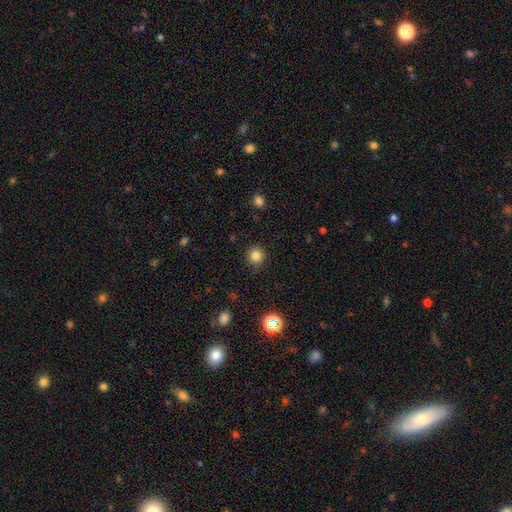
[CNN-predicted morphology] Smooth or featured: smooth — 82% (star or artifact — 13%)
How rounded: round — 93% (in between — 6%)
Merging: none — 88% (minor disturbance — 8%)